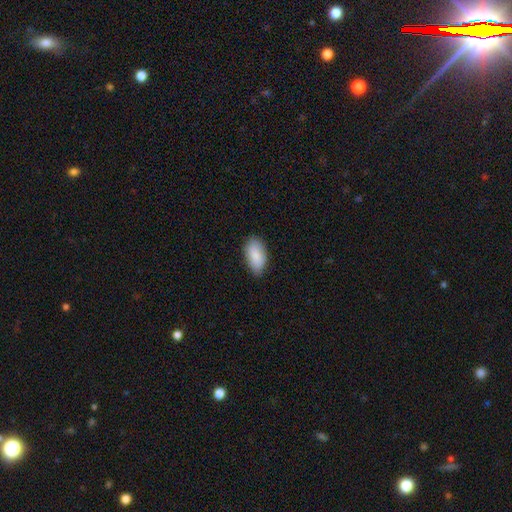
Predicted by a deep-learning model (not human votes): Morphology: type=smooth (87%); roundness=in between (94%); merging=none (78%).